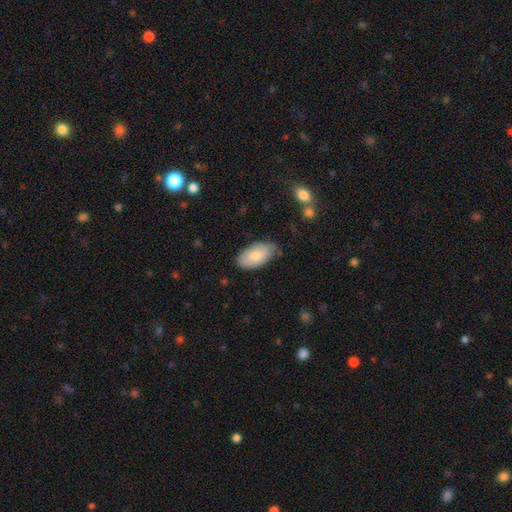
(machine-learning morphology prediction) This is clearly a smooth galaxy (81%). How rounded: clearly in between (96%). Merging: likely none (75%).